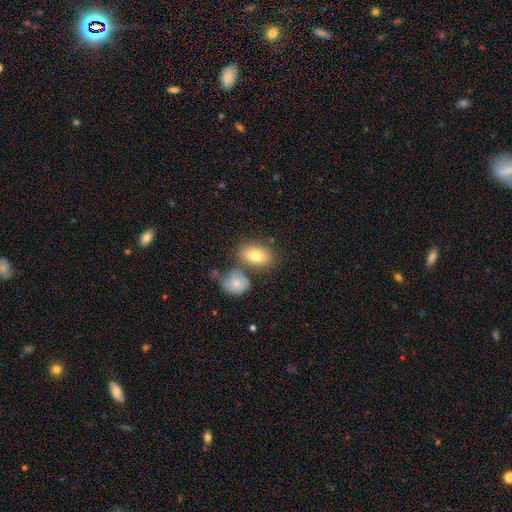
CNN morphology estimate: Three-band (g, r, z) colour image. It shows a smooth galaxy with no disk features (76%) that is in between round and cigar-shaped (84%). Merging: none (59%).